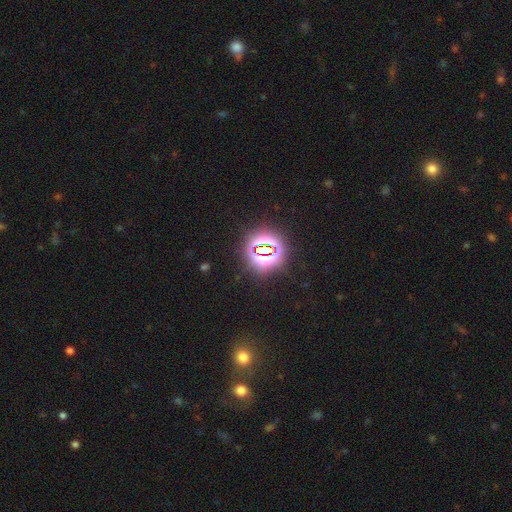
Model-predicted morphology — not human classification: The model was most divided on "smooth or featured": star or artifact: 75%, smooth: 16%, featured or disk: 9%.